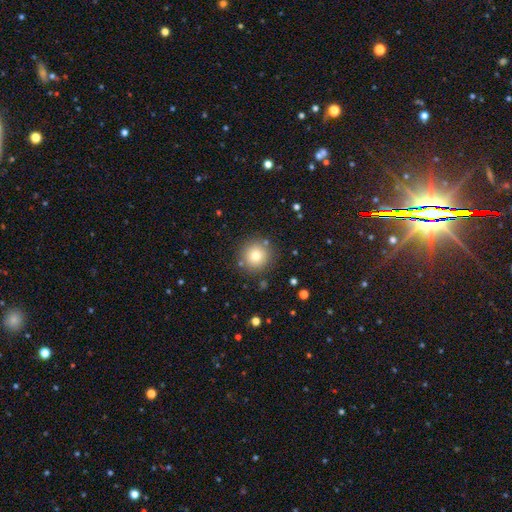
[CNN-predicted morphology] smooth-or-featured: smooth: 77% | star or artifact: 13% | featured or disk: 10%
  how-rounded: round: 95% | in between: 4% | cigar-shaped: 1%
  merging: none: 86% | minor disturbance: 8% | merger: 3% | major disturbance: 3%